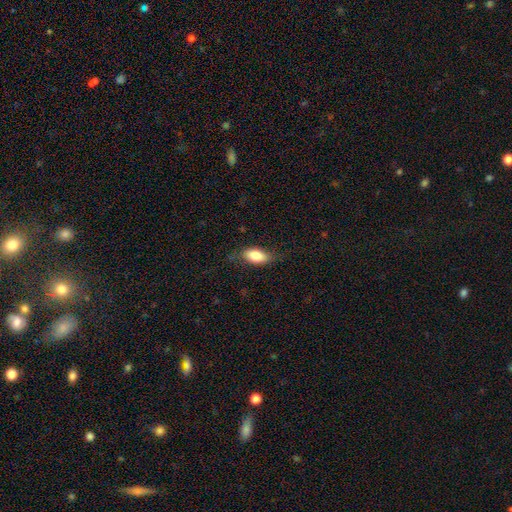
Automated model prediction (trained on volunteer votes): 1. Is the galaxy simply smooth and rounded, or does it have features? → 80% smooth, 14% featured or disk, 7% star or artifact.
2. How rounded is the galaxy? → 87% in between, 8% cigar-shaped, 5% round.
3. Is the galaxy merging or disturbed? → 71% none, 21% minor disturbance, 7% major disturbance, 1% merger.